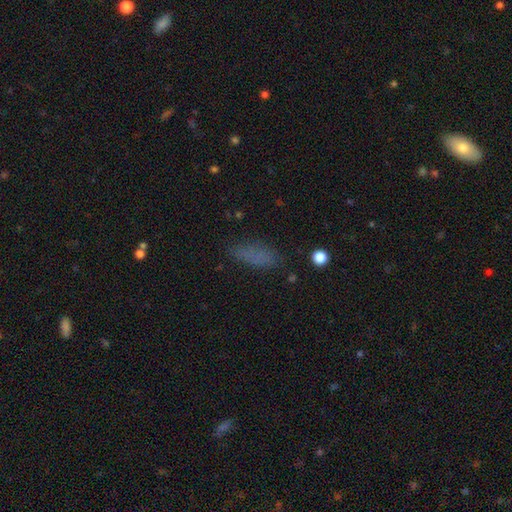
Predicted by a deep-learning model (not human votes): Smooth or featured? Predicted: smooth (p=0.75). How rounded? Predicted: in between (p=0.57). Merging? Predicted: none (p=0.76).